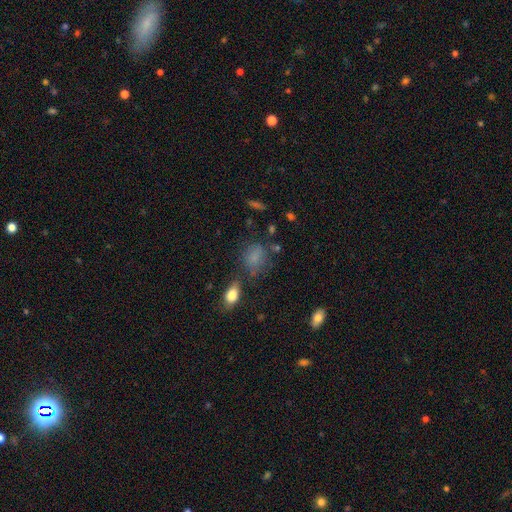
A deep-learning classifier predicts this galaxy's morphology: This appears to be a smooth galaxy with no disk features (75%) that is in between round and cigar-shaped (54%). Merging: none (56%).